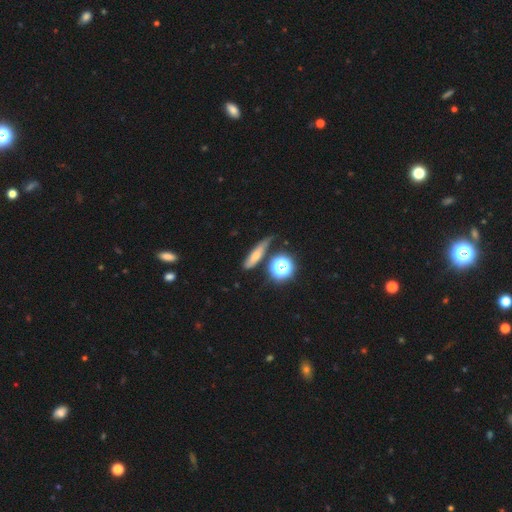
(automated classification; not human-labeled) smooth 59%, featured or disk 23%, star or artifact 17%. Down the decision tree: how rounded — cigar-shaped (51%); merging — none (60%).